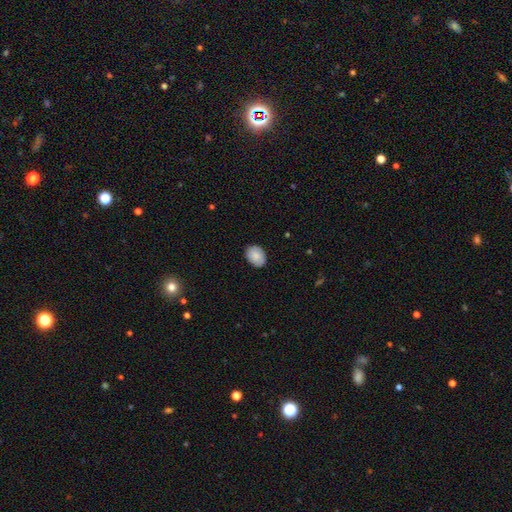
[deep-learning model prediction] smooth-or-featured: smooth: 85% | featured or disk: 8% | star or artifact: 7%
  how-rounded: in between: 66% | round: 33% | cigar-shaped: 1%
  merging: none: 85% | minor disturbance: 11% | major disturbance: 2% | merger: 1%